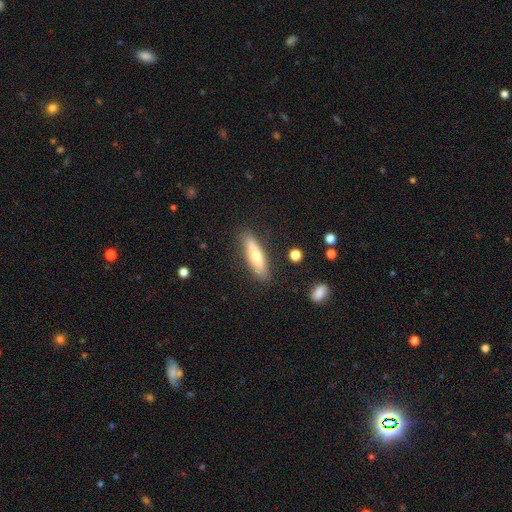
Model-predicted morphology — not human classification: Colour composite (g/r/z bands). It shows a smooth galaxy with no disk features (64%) that is cigar-shaped (72%). Merging: none (85%).